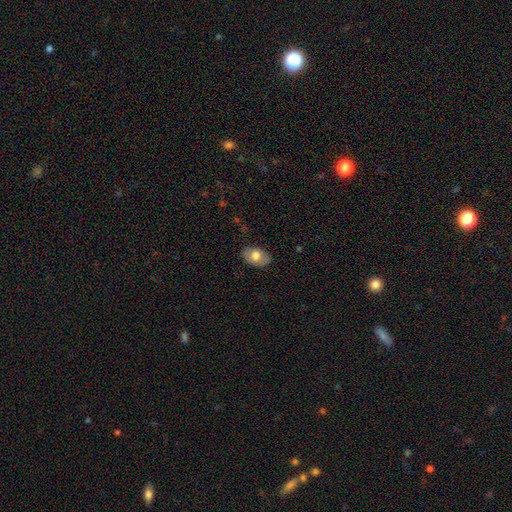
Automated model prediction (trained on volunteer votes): The model was most divided on "smooth or featured": smooth: 70%, featured or disk: 23%, star or artifact: 7%. More confident: how rounded — in between (87%); merging — none (82%).